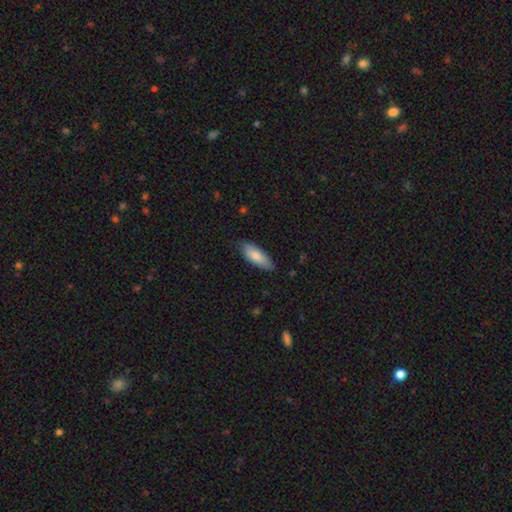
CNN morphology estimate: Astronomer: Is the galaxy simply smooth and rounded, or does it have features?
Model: smooth — 82%.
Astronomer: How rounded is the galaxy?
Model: in between — 69%.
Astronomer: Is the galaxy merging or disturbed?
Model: none — 81%.